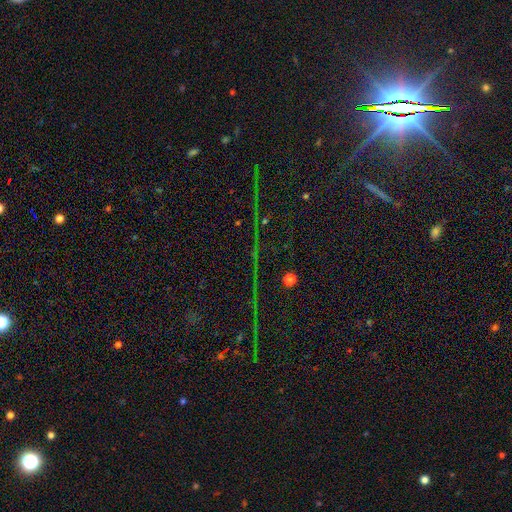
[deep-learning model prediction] Smooth or featured: star or artifact — 84% (featured or disk — 9%)